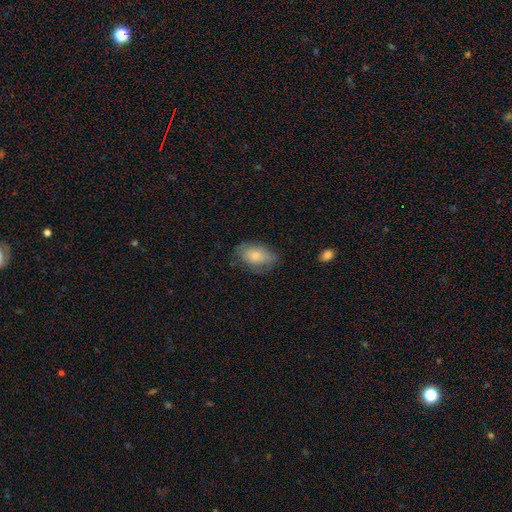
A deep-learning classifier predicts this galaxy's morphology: smooth 75%, featured or disk 18%, star or artifact 7%. Down the decision tree: how rounded — in between (90%); merging — none (66%).